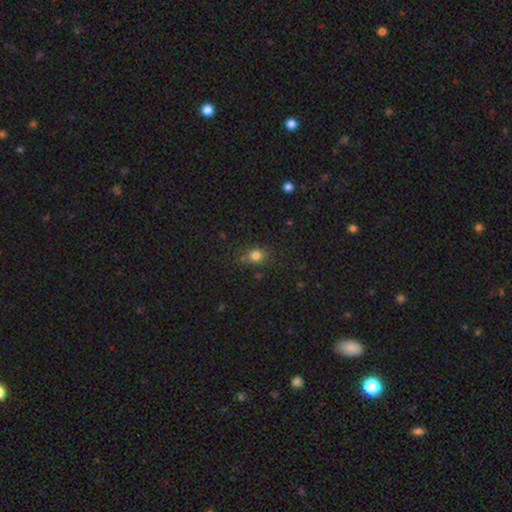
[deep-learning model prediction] smooth 79%, star or artifact 14%, featured or disk 7%. Down the decision tree: how rounded — round (63%); merging — none (75%).